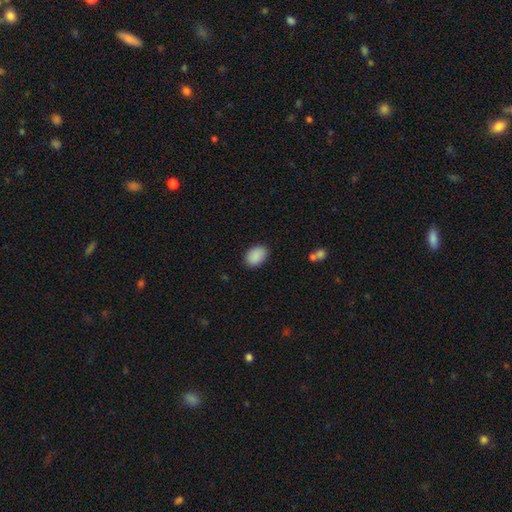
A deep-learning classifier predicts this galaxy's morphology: smooth 90%, star or artifact 7%, featured or disk 3%. Down the decision tree: how rounded — in between (82%); merging — none (86%).